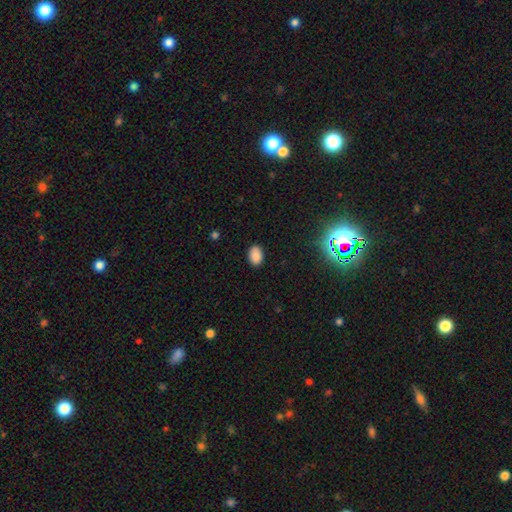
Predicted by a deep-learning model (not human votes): This appears to be a smooth galaxy with no disk features (85%) that is in between round and cigar-shaped (84%). Merging: none (85%).